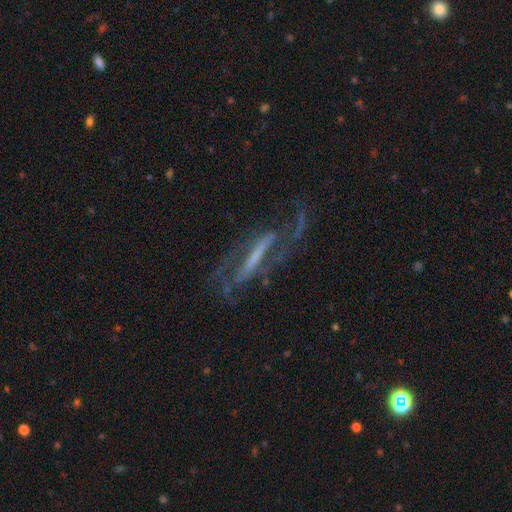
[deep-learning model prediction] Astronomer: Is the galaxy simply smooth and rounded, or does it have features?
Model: featured or disk — 81%.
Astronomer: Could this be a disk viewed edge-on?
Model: no — 69%.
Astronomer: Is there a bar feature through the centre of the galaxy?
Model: strong — 66%.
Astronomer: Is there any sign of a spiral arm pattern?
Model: yes — 87%.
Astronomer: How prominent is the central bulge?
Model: none — 38% (runner-up: small, 34%).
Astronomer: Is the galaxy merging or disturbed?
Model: none — 56%.